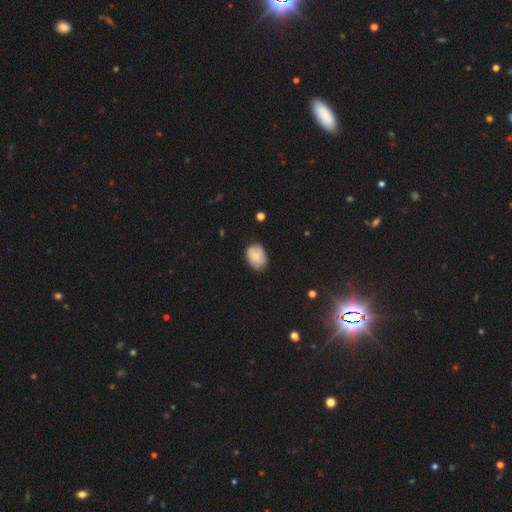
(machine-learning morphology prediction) Smooth or featured? Predicted: smooth (p=0.75). How rounded? Predicted: in between (p=0.81). Merging? Predicted: none (p=0.70).